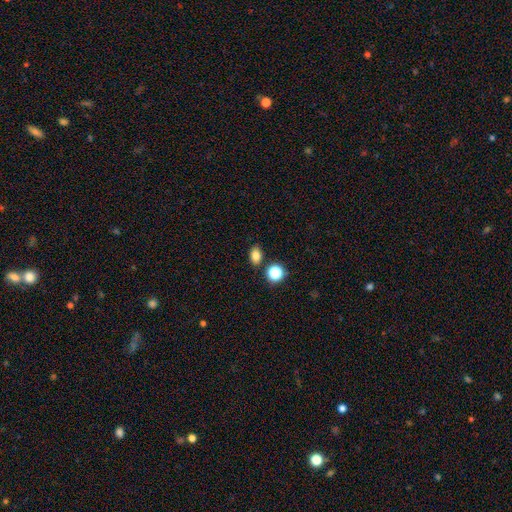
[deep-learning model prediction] This is likely a smooth galaxy (79%). How rounded: likely in between (74%). Merging: clearly none (81%).